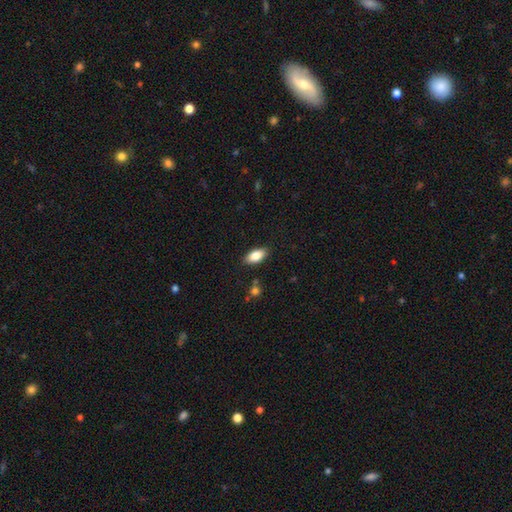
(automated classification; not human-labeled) smooth 82%, featured or disk 10%, star or artifact 7%. Down the decision tree: how rounded — in between (90%); merging — none (85%).